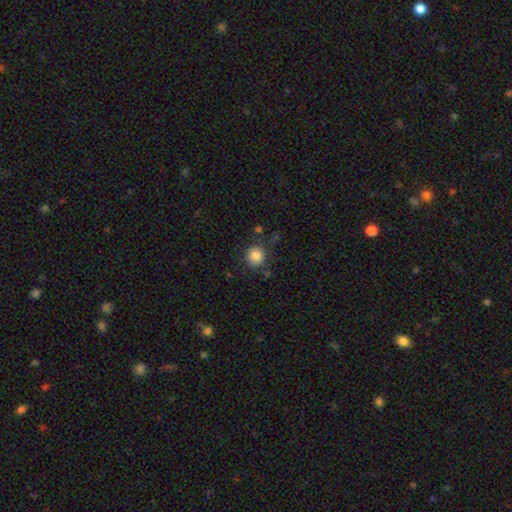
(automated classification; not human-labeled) Morphology: type=smooth (84%); roundness=round (90%); merging=none (83%).